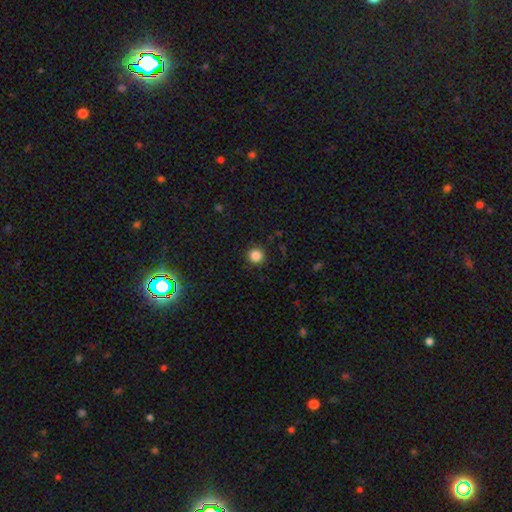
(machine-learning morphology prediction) A smooth galaxy with no disk features (85%) that is round (95%). Merging: none (91%).